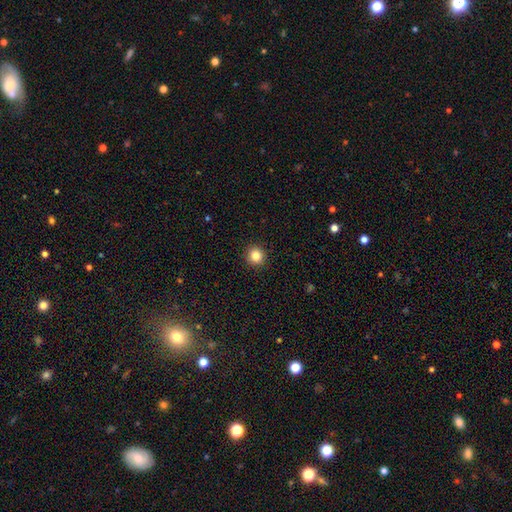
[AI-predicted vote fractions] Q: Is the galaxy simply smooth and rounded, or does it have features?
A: smooth — 84%.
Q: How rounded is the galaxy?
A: round — 92%.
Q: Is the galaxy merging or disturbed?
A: none — 93%.